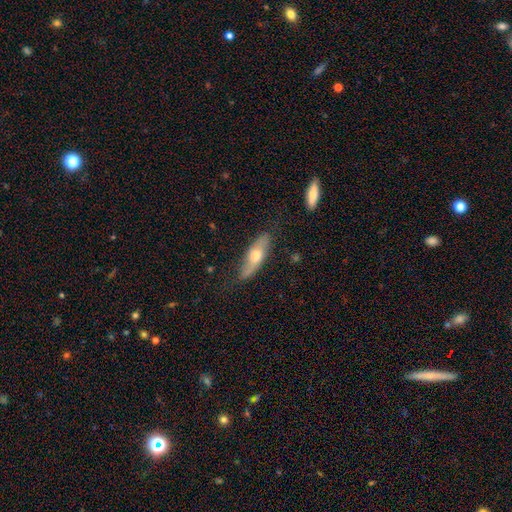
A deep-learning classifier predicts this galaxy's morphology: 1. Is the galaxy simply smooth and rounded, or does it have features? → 53% smooth, 41% featured or disk, 6% star or artifact.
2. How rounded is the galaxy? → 50% cigar-shaped, 47% in between, 3% round.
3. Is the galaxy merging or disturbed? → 72% none, 22% minor disturbance, 5% major disturbance, 2% merger.